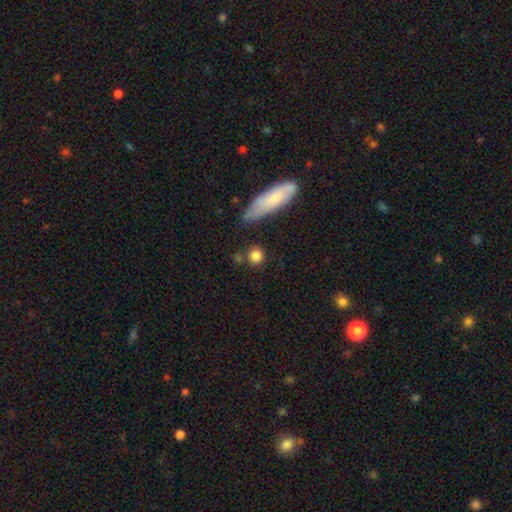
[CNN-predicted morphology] A smooth galaxy with no disk features (83%) that is round (90%). Merging: none (77%).